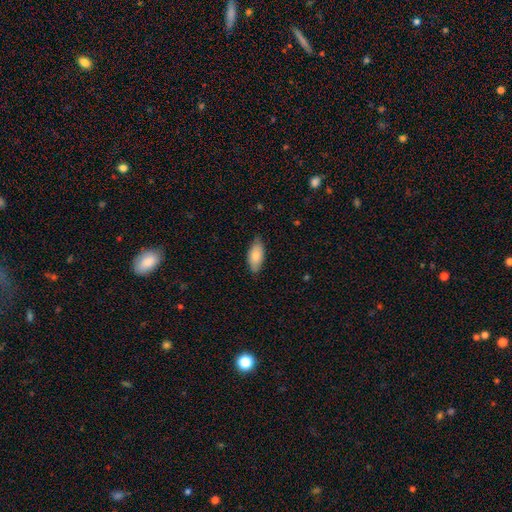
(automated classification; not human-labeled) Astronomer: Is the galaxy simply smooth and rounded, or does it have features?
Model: smooth — 79%.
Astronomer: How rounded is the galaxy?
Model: in between — 89%.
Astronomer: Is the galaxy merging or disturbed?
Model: none — 79%.